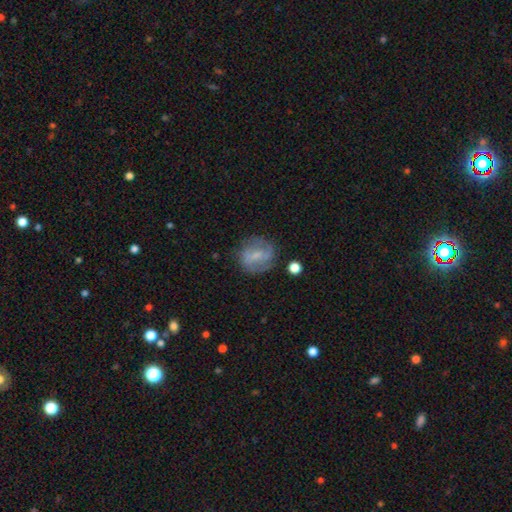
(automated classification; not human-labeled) Morphology: type=featured or disk (59%); edge-on=no (96%); bar=weak (49%); spiral arms=yes (76%); bulge=small (60%); merging=none (73%).